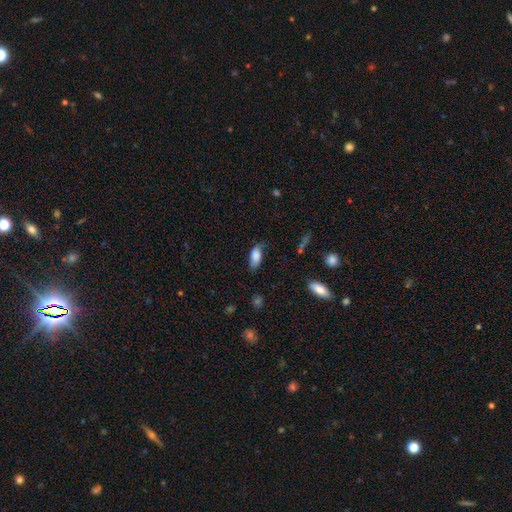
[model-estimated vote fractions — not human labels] smooth-or-featured: smooth: 79% | featured or disk: 14% | star or artifact: 8%
  how-rounded: in between: 87% | cigar-shaped: 10% | round: 3%
  merging: none: 56% | minor disturbance: 32% | major disturbance: 11% | merger: 2%